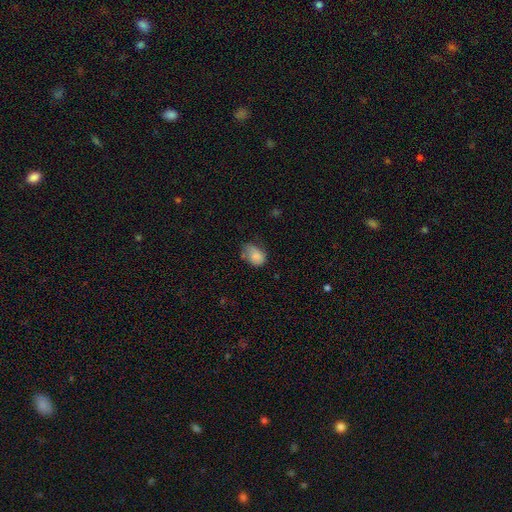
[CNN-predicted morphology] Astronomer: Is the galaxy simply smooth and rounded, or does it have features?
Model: smooth — 81%.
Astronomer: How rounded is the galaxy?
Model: in between — 76%.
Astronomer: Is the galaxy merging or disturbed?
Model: none — 43% (runner-up: minor disturbance, 39%).